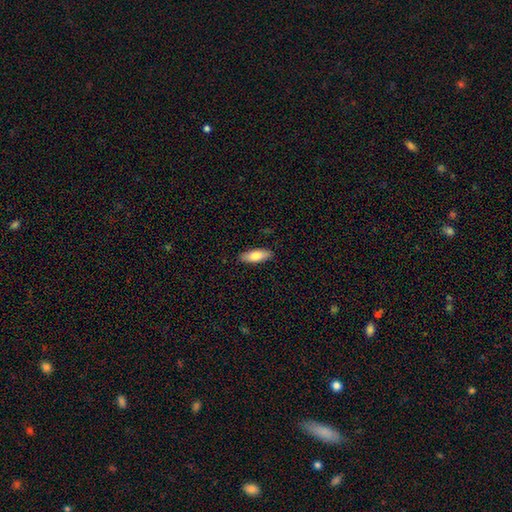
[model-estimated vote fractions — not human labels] Smooth or featured?
  - smooth: 77% *
  - featured or disk: 17%
  - star or artifact: 6%
How rounded?
  - in between: 68% *
  - cigar-shaped: 30%
  - round: 2%
Merging?
  - none: 88% *
  - minor disturbance: 9%
  - major disturbance: 2%
  - merger: 1%